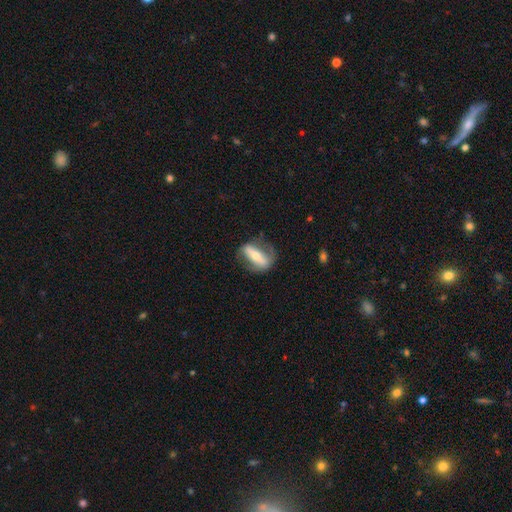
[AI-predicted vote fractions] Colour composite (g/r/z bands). It shows a featured or disk galaxy (61%). Merging: none (65%).